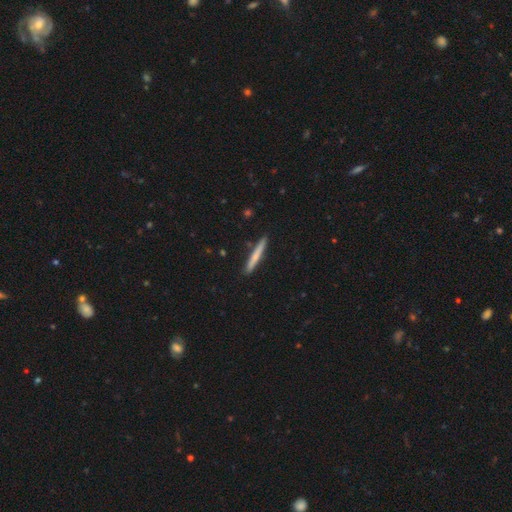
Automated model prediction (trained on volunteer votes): Smooth or featured? Predicted: smooth (p=0.67). How rounded? Predicted: cigar-shaped (p=0.96). Merging? Predicted: none (p=0.90).